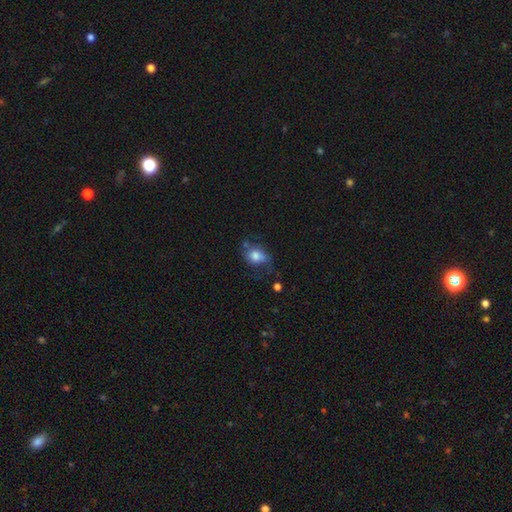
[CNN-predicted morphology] Q: Smooth or featured?
A: smooth (66%); runner-up: featured or disk (25%)
Q: How rounded?
A: in between (63%); runner-up: round (35%)
Q: Merging?
A: none (41%); runner-up: minor disturbance (30%)